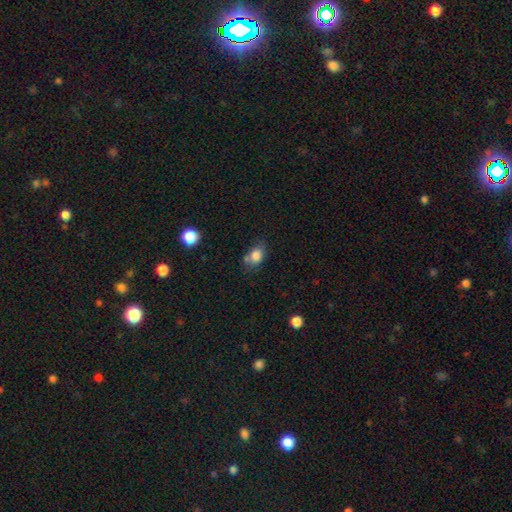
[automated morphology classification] A smooth galaxy with no disk features (82%) that is in between round and cigar-shaped (66%). Merging: none (57%).